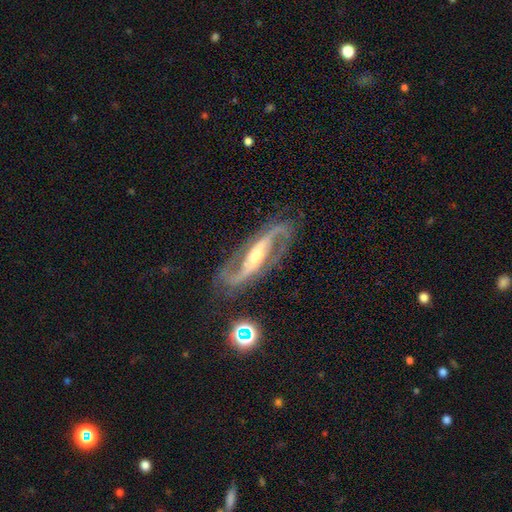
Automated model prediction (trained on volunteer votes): featured or disk 91%, star or artifact 5%, smooth 4%. Down the decision tree: edge-on disk — no (93%); bar — strong (50%); spiral arms — yes (98%); spiral arm count — 2 (94%); spiral winding — medium (50%); bulge size — moderate (50%); merging — none (79%).